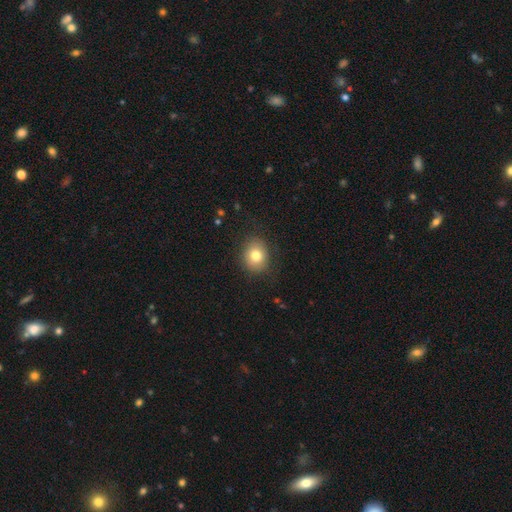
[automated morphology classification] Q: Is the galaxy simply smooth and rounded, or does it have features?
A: smooth — 79%.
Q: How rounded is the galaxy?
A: round — 63%.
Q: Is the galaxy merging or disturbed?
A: none — 85%.